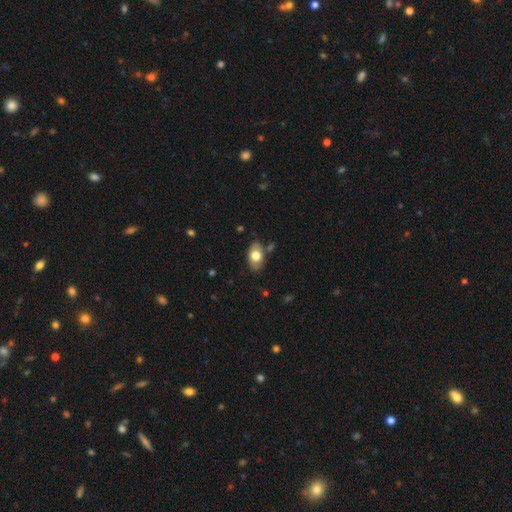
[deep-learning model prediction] Smooth or featured? smooth (72%)
How rounded? in between (89%)
Merging? none (78%)